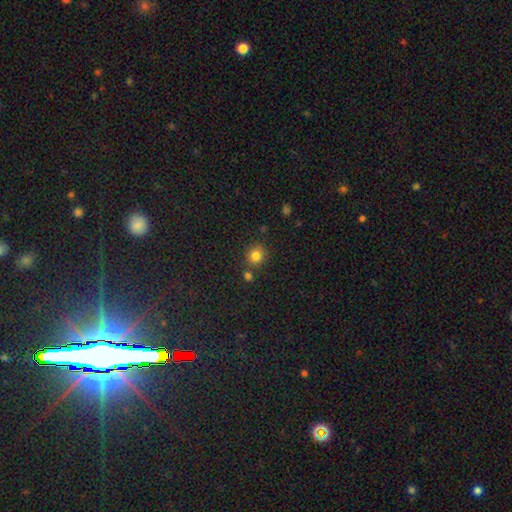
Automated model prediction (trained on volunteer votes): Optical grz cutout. It shows a smooth galaxy with no disk features (81%) that is round (85%). Merging: none (74%).